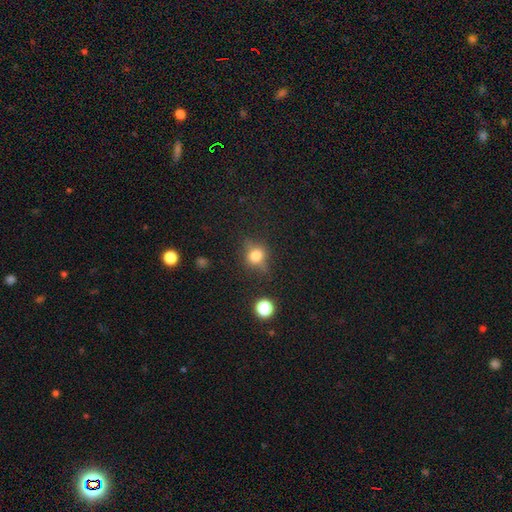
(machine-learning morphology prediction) Q: Smooth or featured?
A: smooth (62%); runner-up: featured or disk (22%)
Q: How rounded?
A: round (70%); runner-up: in between (26%)
Q: Merging?
A: none (73%); runner-up: minor disturbance (18%)